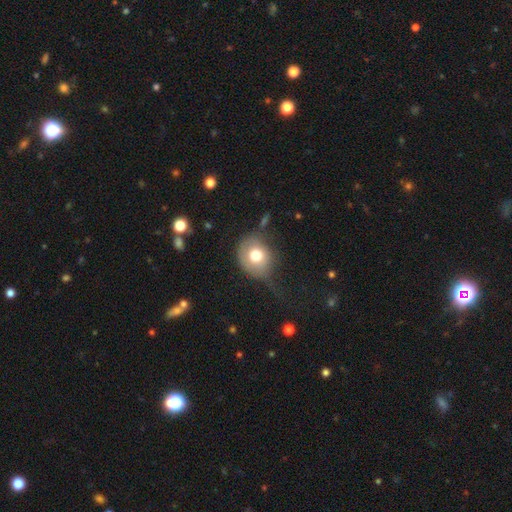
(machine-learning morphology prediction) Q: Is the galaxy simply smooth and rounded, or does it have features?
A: smooth — 71%.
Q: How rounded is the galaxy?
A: round — 70%.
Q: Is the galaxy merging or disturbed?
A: none — 41%.